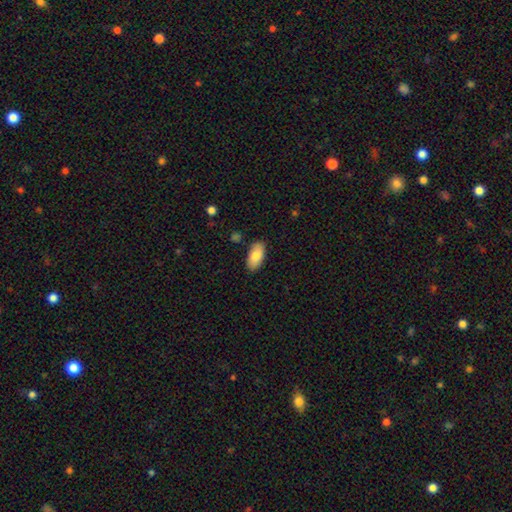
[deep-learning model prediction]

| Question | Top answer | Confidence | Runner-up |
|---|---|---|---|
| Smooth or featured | smooth | 82% | featured or disk (11%) |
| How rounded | in between | 93% | cigar-shaped (5%) |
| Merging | none | 85% | minor disturbance (11%) |